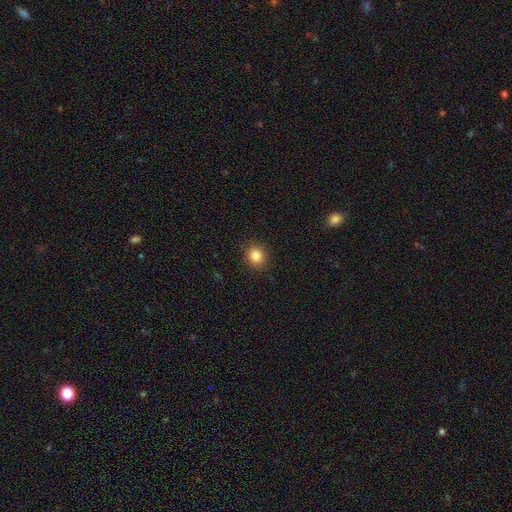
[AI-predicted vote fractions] smooth_or_featured: smooth (p=0.84) [alt: star or artifact p=0.11]
how_rounded: round (p=0.80) [alt: in between p=0.19]
merging: none (p=0.90) [alt: minor disturbance p=0.07]